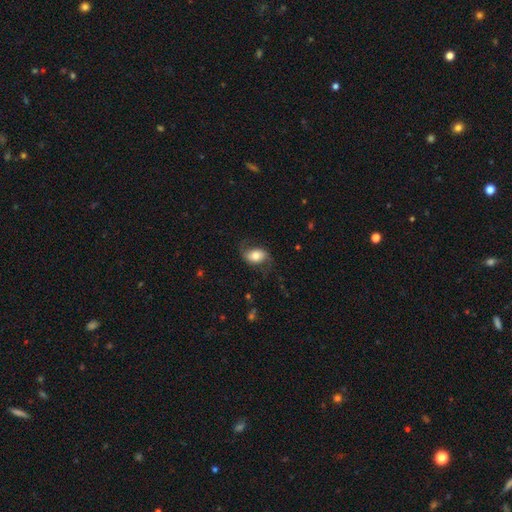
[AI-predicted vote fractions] Smooth or featured?
  - smooth: 46% * (tied)
  - featured or disk: 46% * (tied)
  - star or artifact: 8%
Merging?
  - none: 65% *
  - minor disturbance: 20%
  - major disturbance: 14%
  - merger: 1%